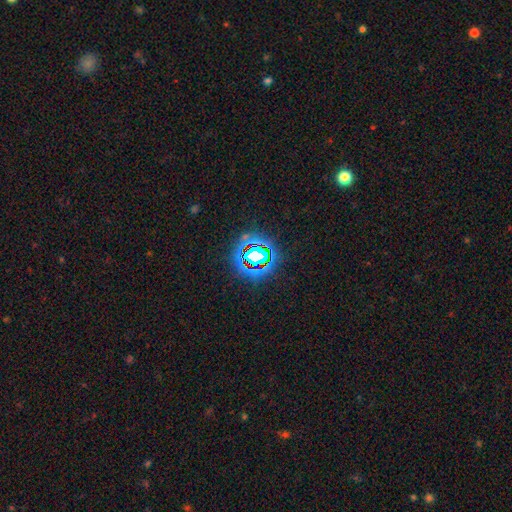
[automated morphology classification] The model was most divided on "smooth or featured": star or artifact: 70%, smooth: 18%, featured or disk: 13%.